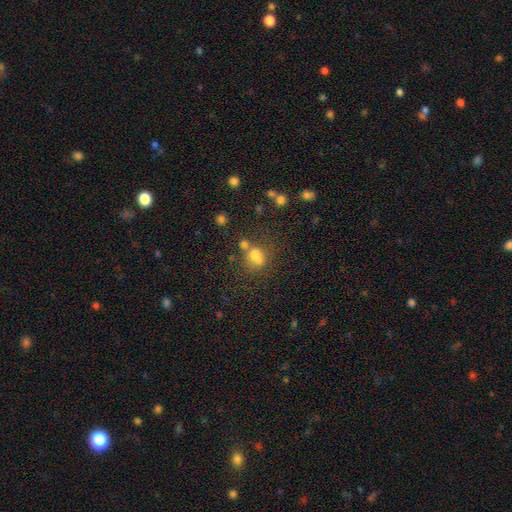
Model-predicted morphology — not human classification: A smooth galaxy with no disk features (64%) that is round (56%). Merging: merger (41%).